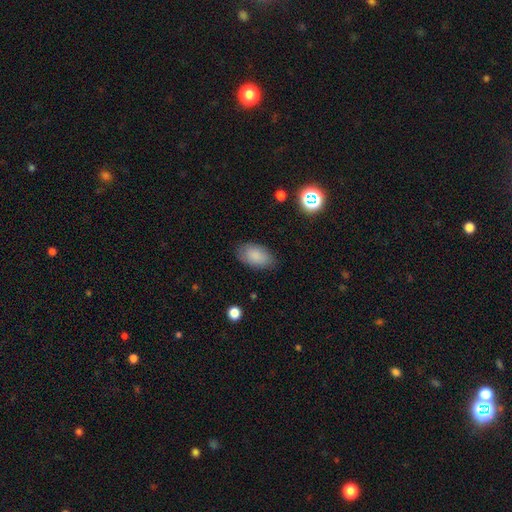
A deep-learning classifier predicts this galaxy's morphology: Smooth or featured? Predicted: smooth (p=0.86). How rounded? Predicted: in between (p=0.93). Merging? Predicted: none (p=0.81).